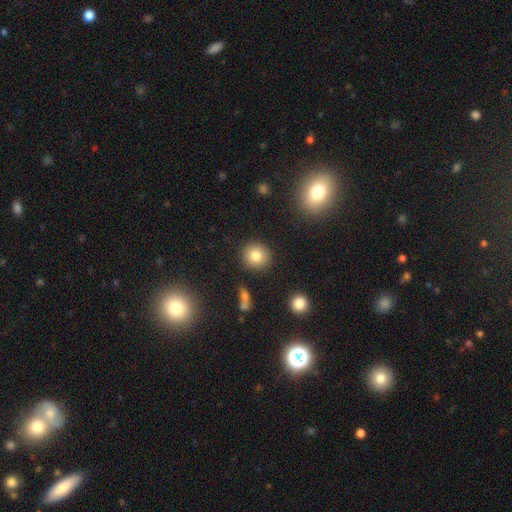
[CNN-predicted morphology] Overall: smooth (81%). How rounded: round (89%). Merging: none (89%).